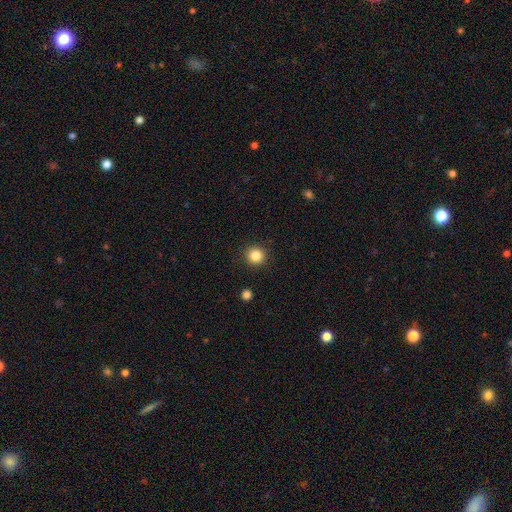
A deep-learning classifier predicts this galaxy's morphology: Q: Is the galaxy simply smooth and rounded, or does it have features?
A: smooth — 84%.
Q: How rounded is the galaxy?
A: round — 93%.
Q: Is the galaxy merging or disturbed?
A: none — 92%.